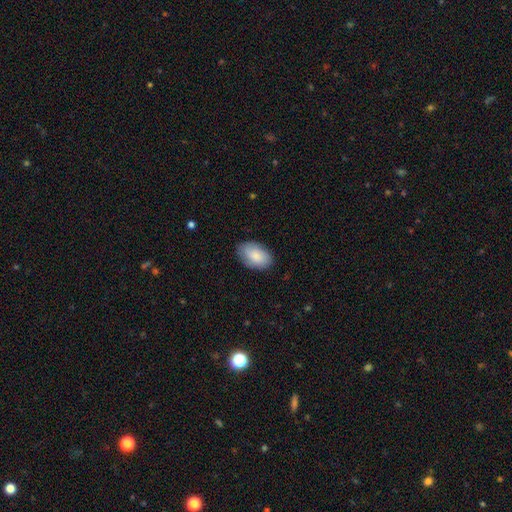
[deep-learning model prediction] This appears to be a smooth galaxy with no disk features (84%) that is in between round and cigar-shaped (92%). Merging: none (83%).